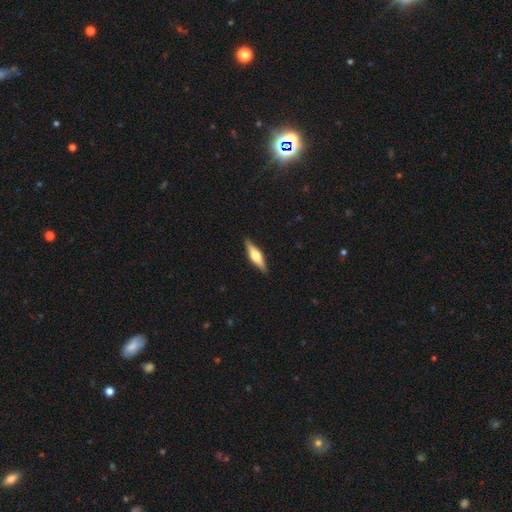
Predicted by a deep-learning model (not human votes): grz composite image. It shows a featured or disk galaxy (63%) viewed edge-on (96%) with a rounded central bulge (93%). Merging: none (90%).